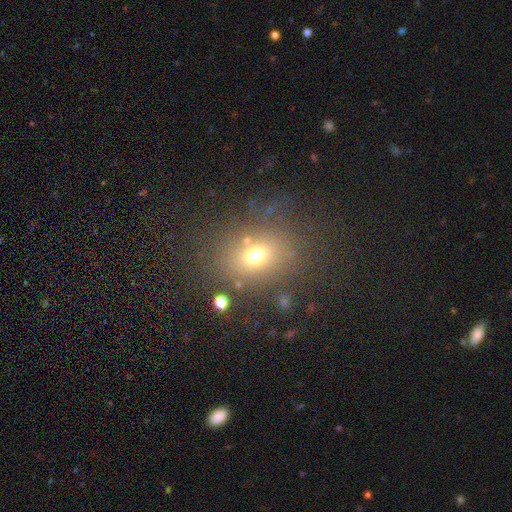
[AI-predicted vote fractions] Smooth or featured?
  - smooth: 68% *
  - star or artifact: 18%
  - featured or disk: 14%
How rounded?
  - in between: 54% *
  - round: 45%
  - cigar-shaped: 1%
Merging?
  - none: 75% *
  - minor disturbance: 13%
  - major disturbance: 8%
  - merger: 4%